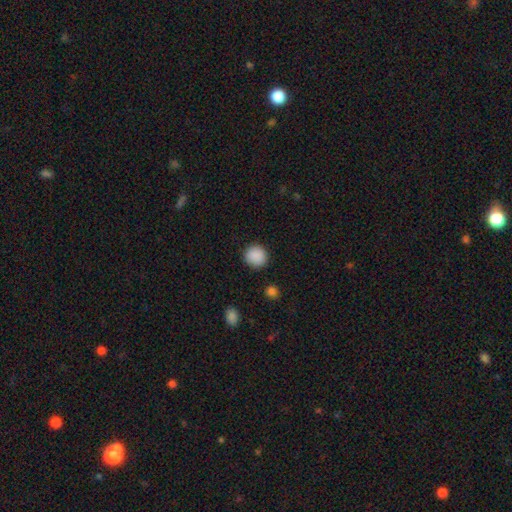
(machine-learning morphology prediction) smooth 89%, star or artifact 8%, featured or disk 3%. Down the decision tree: how rounded — round (93%); merging — none (91%).